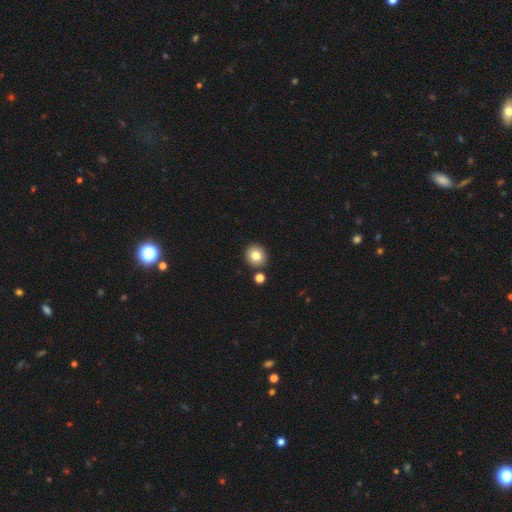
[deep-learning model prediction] This is clearly a smooth galaxy (80%). How rounded: clearly round (85%). Merging: clearly none (84%).